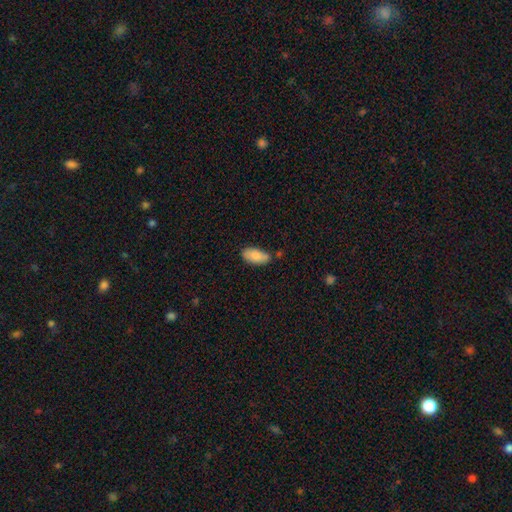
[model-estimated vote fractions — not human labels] Smooth or featured? Predicted: smooth (p=0.85). How rounded? Predicted: in between (p=0.91). Merging? Predicted: none (p=0.73).